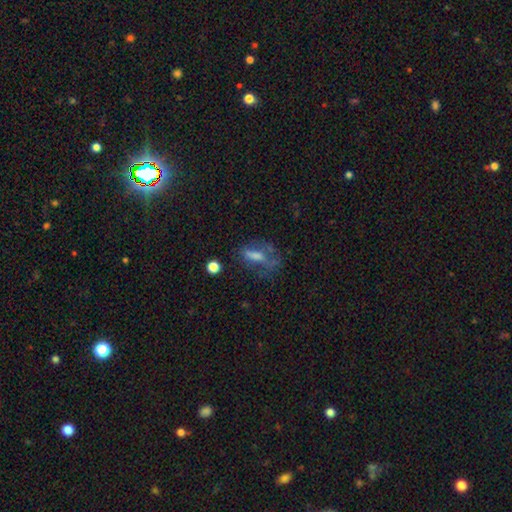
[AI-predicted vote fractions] Smooth or featured?
  - smooth: 42% *
  - featured or disk: 38%
  - star or artifact: 20%
Merging?
  - none: 41% *
  - major disturbance: 32%
  - minor disturbance: 22%
  - merger: 5%